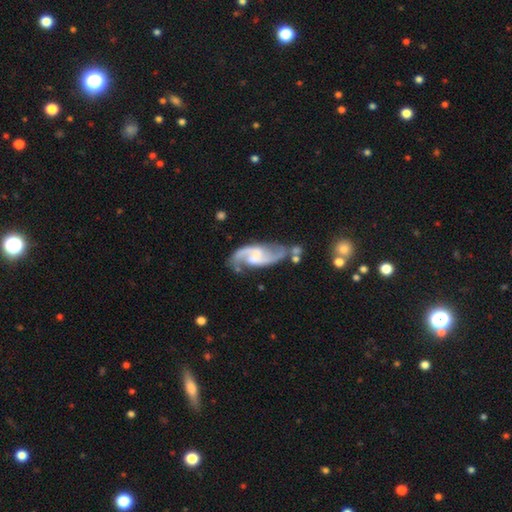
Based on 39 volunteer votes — Volunteers were most divided on "bar": no: 46%, weak: 43%, strong: 11%. Remaining: edge-on disk — no (97%); spiral arms — yes (97%); spiral arm count — 2 (97%); smooth or featured — featured or disk (92%); bulge size — small (60%); spiral winding — medium (59%); merging — none (49%).